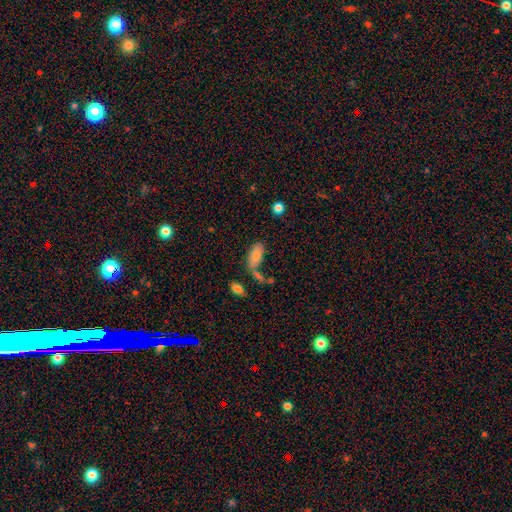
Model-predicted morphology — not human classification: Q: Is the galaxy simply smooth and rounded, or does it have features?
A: smooth — 80%.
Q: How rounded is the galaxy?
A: in between — 88%.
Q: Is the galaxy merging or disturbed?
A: none — 50%.